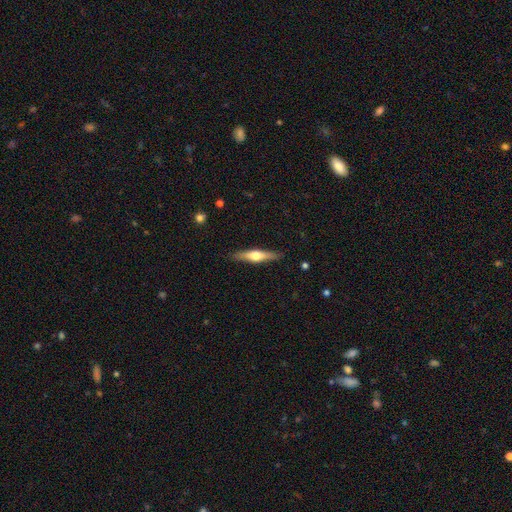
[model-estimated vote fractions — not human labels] This is likely a featured or disk galaxy (60%). It is clearly viewed edge-on (96%). Edge-on bulge: clearly rounded (93%). Merging: clearly none (89%).